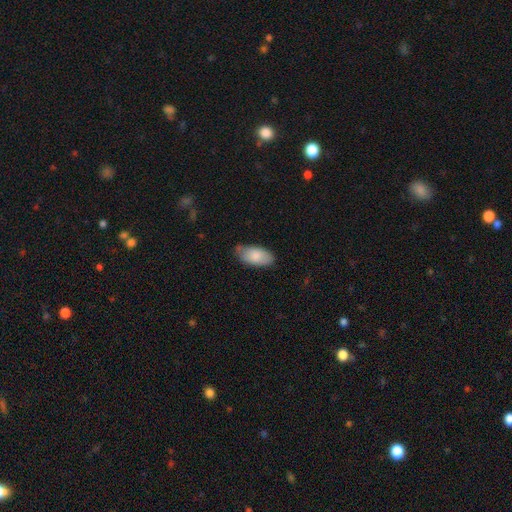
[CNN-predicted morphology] A smooth galaxy with no disk features (84%) that is in between round and cigar-shaped (94%). Merging: none (69%).